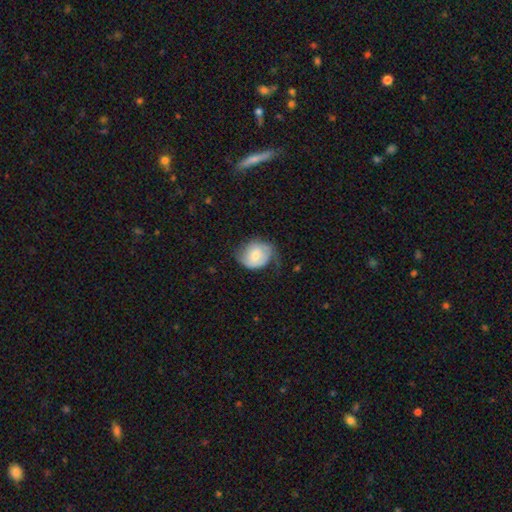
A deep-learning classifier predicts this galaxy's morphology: A smooth galaxy with no disk features (50%).

Vote fractions:
- Smooth or featured? smooth: 50% / featured or disk: 43% / star or artifact: 7%
- Merging? none: 44% / minor disturbance: 33% / major disturbance: 21% / merger: 2%